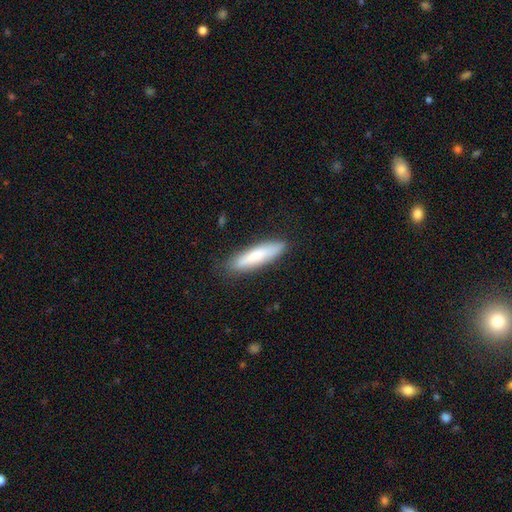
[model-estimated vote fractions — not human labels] Q: Smooth or featured?
A: smooth (73%); runner-up: featured or disk (21%)
Q: How rounded?
A: cigar-shaped (76%); runner-up: in between (23%)
Q: Merging?
A: none (85%); runner-up: minor disturbance (12%)